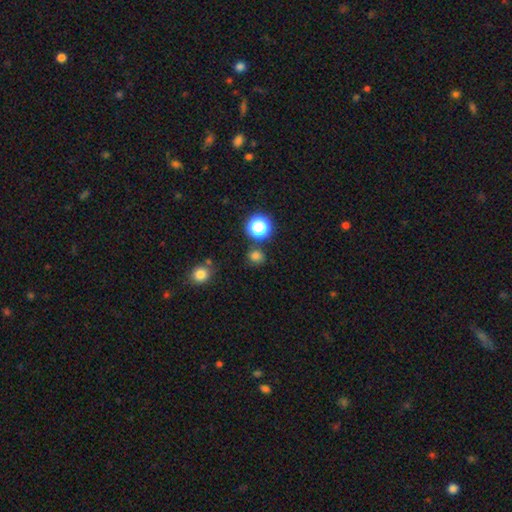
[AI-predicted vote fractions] smooth-or-featured: smooth: 73% | star or artifact: 22% | featured or disk: 5%
  how-rounded: round: 83% | in between: 16% | cigar-shaped: 1%
  merging: none: 80% | minor disturbance: 11% | merger: 5% | major disturbance: 3%